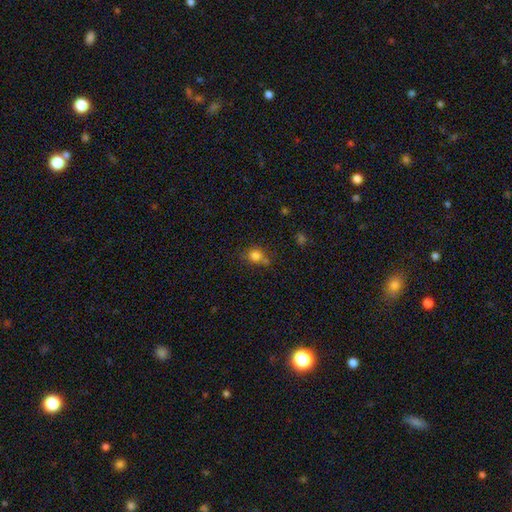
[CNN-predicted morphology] A smooth galaxy with no disk features (80%) that is round (78%). Merging: none (55%).